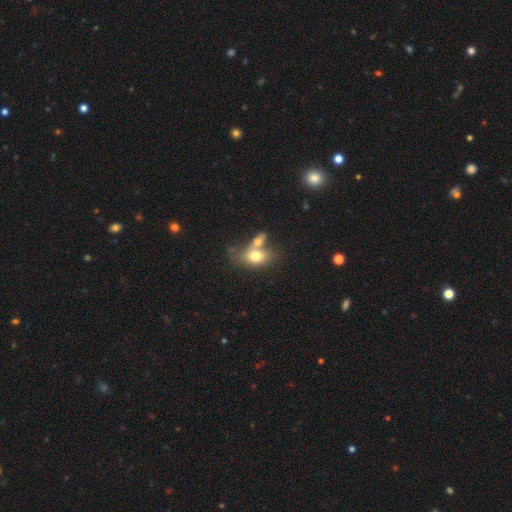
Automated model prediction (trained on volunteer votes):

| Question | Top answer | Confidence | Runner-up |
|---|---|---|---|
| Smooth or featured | smooth | 74% | featured or disk (18%) |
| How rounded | in between | 80% | round (17%) |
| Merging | merger | 52% | none (30%) |